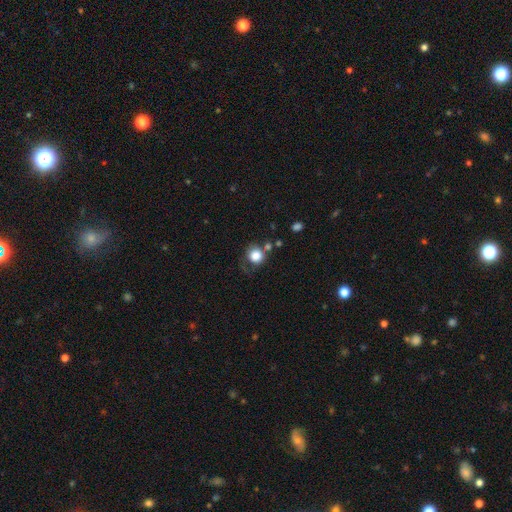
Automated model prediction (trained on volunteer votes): smooth 82%, star or artifact 10%, featured or disk 8%. Down the decision tree: how rounded — round (87%); merging — none (54%).